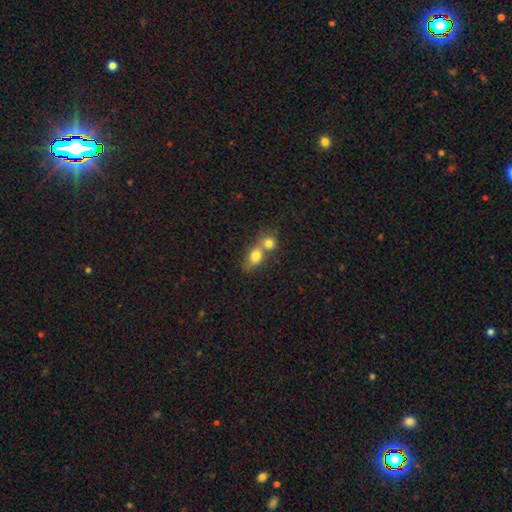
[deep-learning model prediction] The model was most divided on "how rounded": round: 50%, in between: 48%, cigar-shaped: 2%. More confident: smooth or featured — smooth (78%); merging — merger (64%).